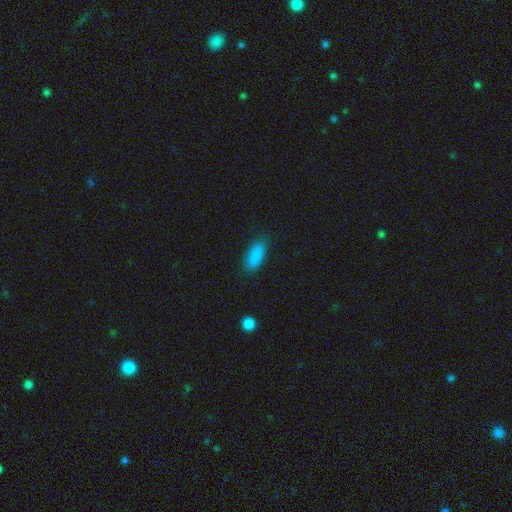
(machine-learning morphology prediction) type=smooth (87%); roundness=in between (78%); merging=none (84%).